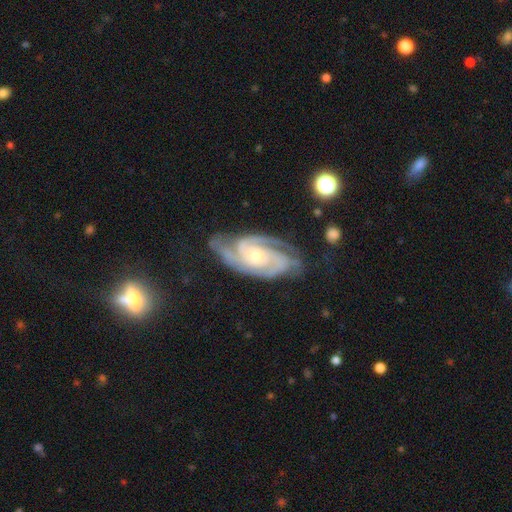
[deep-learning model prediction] smooth_or_featured: featured or disk (p=0.92) [alt: star or artifact p=0.04]
disk_edge_on: no (p=0.97) [alt: yes p=0.03]
bar: no (p=0.68) [alt: weak p=0.23]
has_spiral_arms: yes (p=0.99) [alt: no p=0.01]
spiral_winding: tight (p=0.65) [alt: medium p=0.31]
spiral_arm_count: 3 (p=0.49) [alt: 2 p=0.25]
bulge_size: small (p=0.60) [alt: moderate p=0.37]
merging: none (p=0.69) [alt: minor disturbance p=0.22]